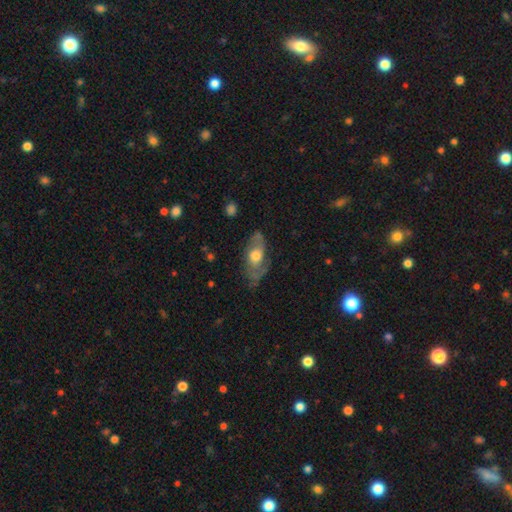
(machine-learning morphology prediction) Q: Smooth or featured?
A: featured or disk (59%); runner-up: smooth (35%)
Q: Edge-on disk?
A: no (85%); runner-up: yes (15%)
Q: Bar?
A: no (80%); runner-up: weak (17%)
Q: Spiral arms?
A: yes (65%); runner-up: no (35%)
Q: Bulge size?
A: moderate (54%); runner-up: large (33%)
Q: Merging?
A: none (60%); runner-up: minor disturbance (24%)